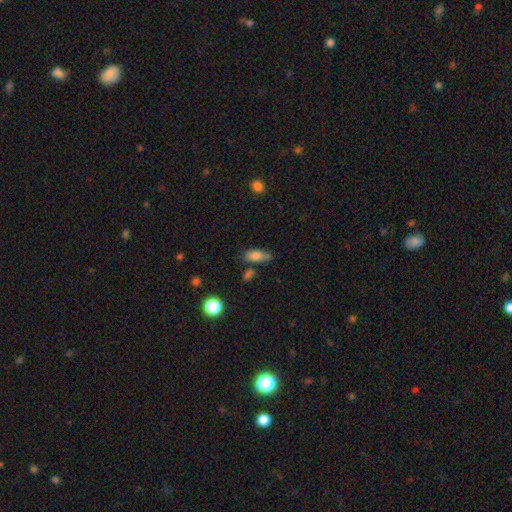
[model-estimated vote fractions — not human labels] Morphology: type=smooth (77%); roundness=in between (82%); merging=none (56%).